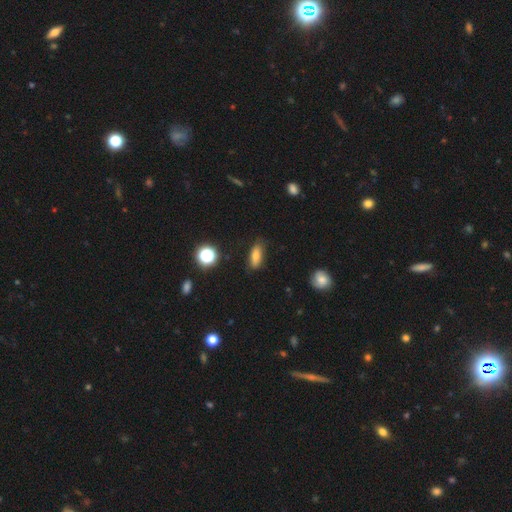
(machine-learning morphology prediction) Q: Smooth or featured?
A: smooth (78%); runner-up: featured or disk (12%)
Q: How rounded?
A: in between (67%); runner-up: cigar-shaped (27%)
Q: Merging?
A: none (83%); runner-up: minor disturbance (13%)